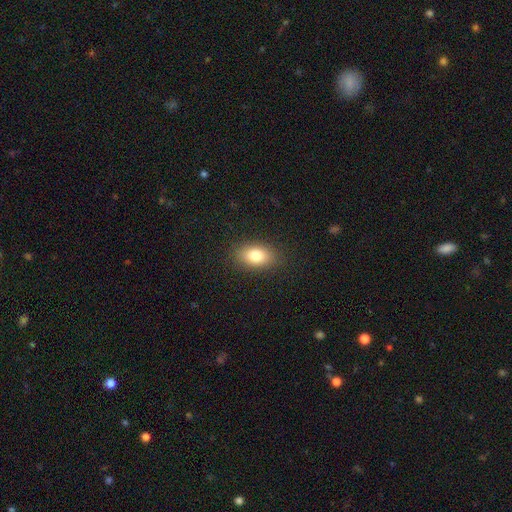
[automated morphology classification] This is clearly a smooth galaxy (81%). How rounded: clearly in between (87%). Merging: clearly none (87%).